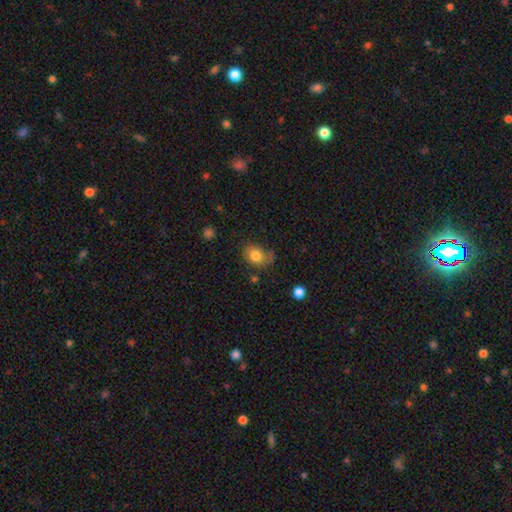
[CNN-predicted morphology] smooth 79%, featured or disk 11%, star or artifact 9%. Down the decision tree: how rounded — in between (56%); merging — none (54%).